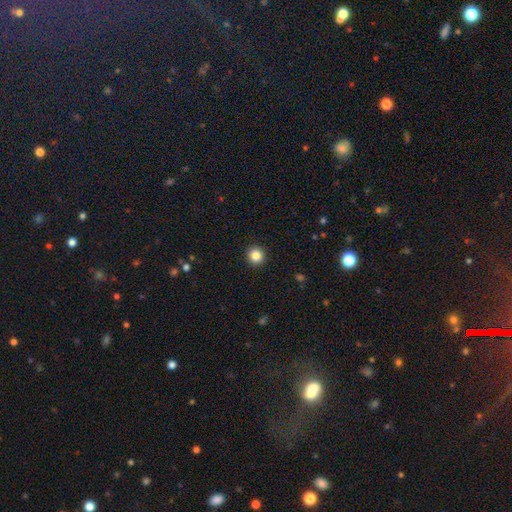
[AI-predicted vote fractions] Smooth or featured: smooth — 85% (star or artifact — 11%)
How rounded: round — 92% (in between — 7%)
Merging: none — 93% (minor disturbance — 4%)